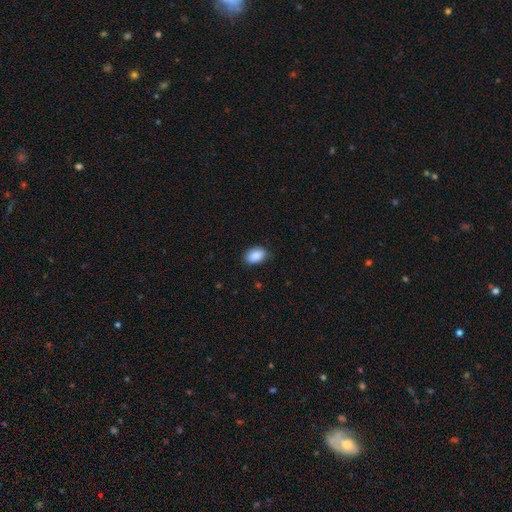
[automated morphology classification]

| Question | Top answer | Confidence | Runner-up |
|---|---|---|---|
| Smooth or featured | smooth | 89% | star or artifact (7%) |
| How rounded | in between | 84% | round (15%) |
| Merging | none | 84% | minor disturbance (13%) |